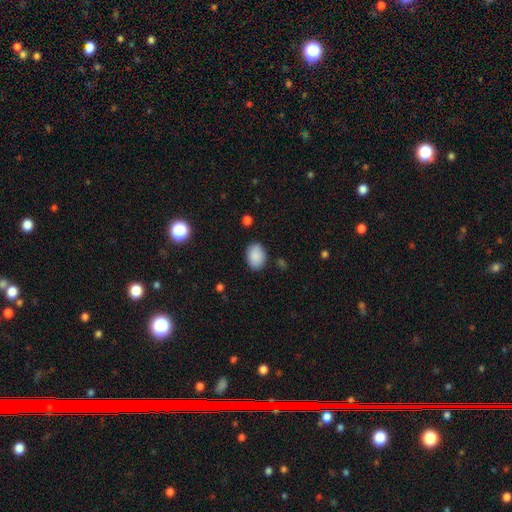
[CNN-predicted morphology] Smooth or featured: smooth — 88% (star or artifact — 7%)
How rounded: in between — 72% (round — 27%)
Merging: none — 84% (minor disturbance — 12%)